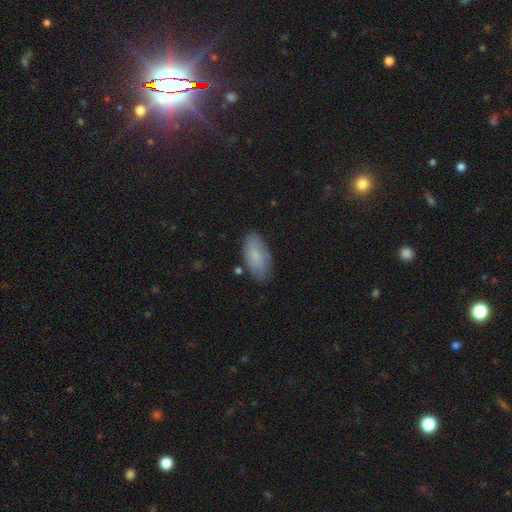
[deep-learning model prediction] Q: Smooth or featured?
A: smooth (78%); runner-up: featured or disk (15%)
Q: How rounded?
A: in between (92%); runner-up: cigar-shaped (5%)
Q: Merging?
A: none (78%); runner-up: minor disturbance (16%)